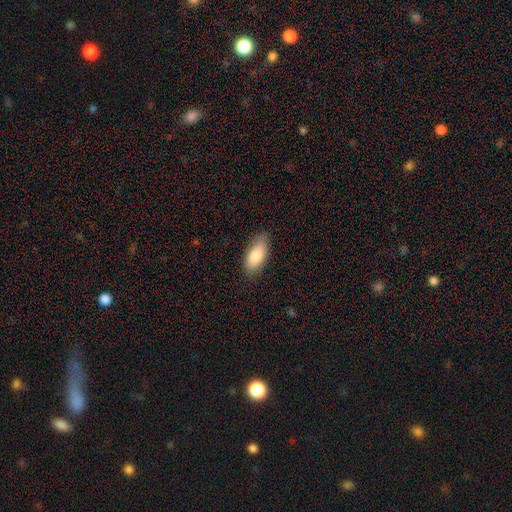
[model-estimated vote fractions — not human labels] Smooth or featured? Predicted: smooth (p=0.81). How rounded? Predicted: in between (p=0.88). Merging? Predicted: none (p=0.83).